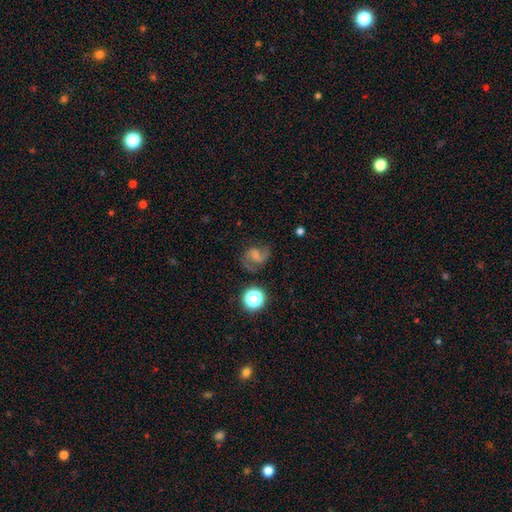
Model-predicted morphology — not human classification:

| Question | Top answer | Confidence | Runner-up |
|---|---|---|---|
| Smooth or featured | featured or disk | 59% | smooth (28%) |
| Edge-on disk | no | 98% | yes (2%) |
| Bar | weak | 44% | no (40%) |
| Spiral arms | yes | 90% | no (10%) |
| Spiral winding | medium | 46% | loose (42%) |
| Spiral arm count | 2 | 79% | 1 (12%) |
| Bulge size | none | 42% | small (31%) |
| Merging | none | 60% | minor disturbance (21%) |